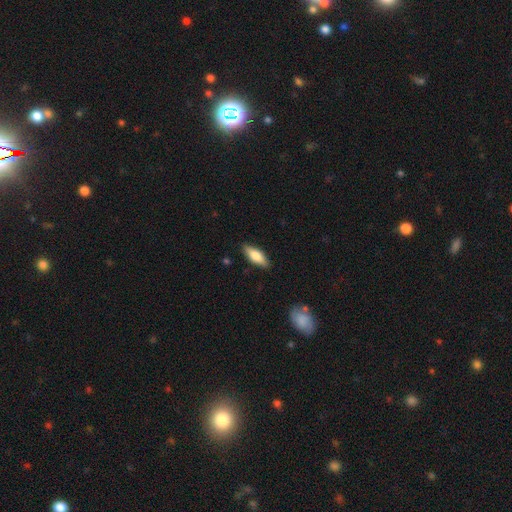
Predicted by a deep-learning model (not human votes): Smooth or featured: smooth — 69% (featured or disk — 25%)
How rounded: in between — 66% (cigar-shaped — 32%)
Merging: none — 87% (minor disturbance — 10%)